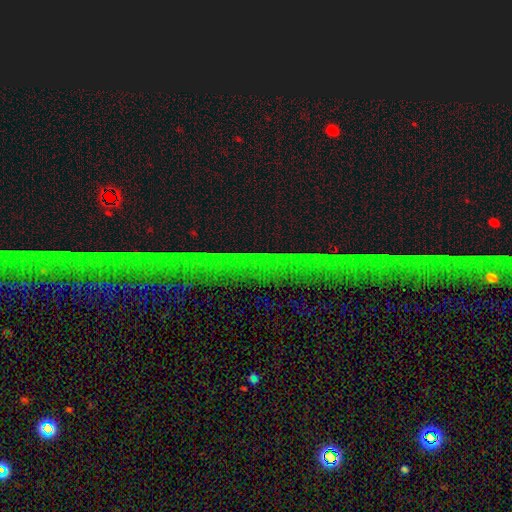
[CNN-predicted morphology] smooth_or_featured: star or artifact (p=0.86) [alt: featured or disk p=0.08]